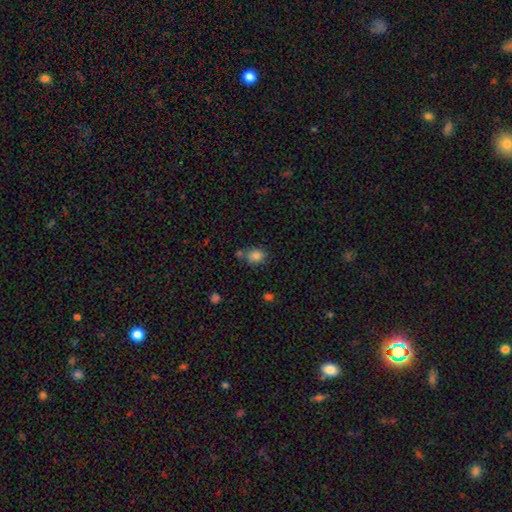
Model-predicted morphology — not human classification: smooth 84%, star or artifact 10%, featured or disk 6%. Down the decision tree: how rounded — round (53%); merging — none (61%).